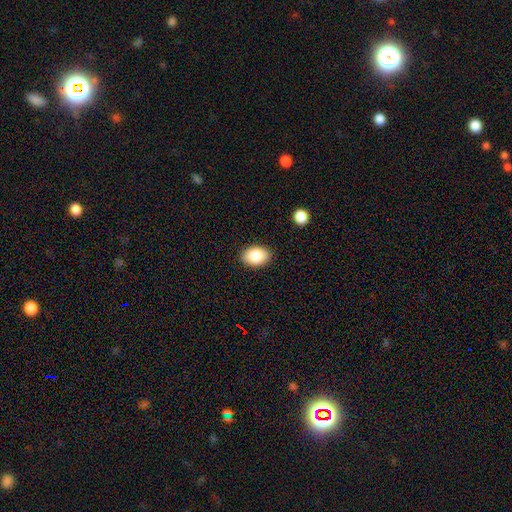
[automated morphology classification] Smooth or featured? smooth (88%)
How rounded? in between (86%)
Merging? none (89%)